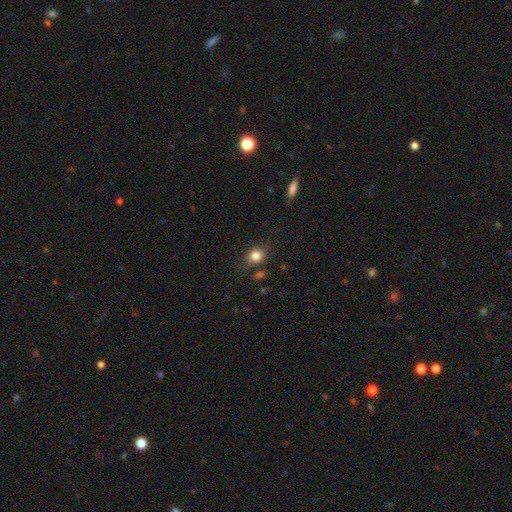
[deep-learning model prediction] Smooth or featured?
  - smooth: 83% *
  - star or artifact: 11%
  - featured or disk: 6%
How rounded?
  - round: 60% *
  - in between: 39%
  - cigar-shaped: 1%
Merging?
  - none: 79% *
  - minor disturbance: 14%
  - major disturbance: 4%
  - merger: 4%